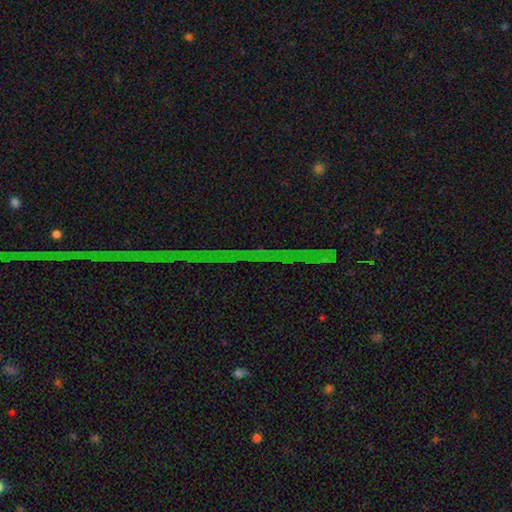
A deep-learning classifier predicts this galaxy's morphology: smooth-or-featured: star or artifact: 85% | featured or disk: 9% | smooth: 6%